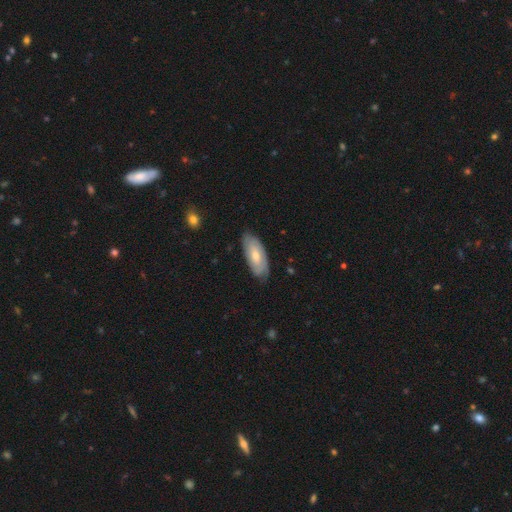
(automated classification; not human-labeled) This is possibly a smooth galaxy (55%). How rounded: clearly in between (84%). Merging: likely none (75%).